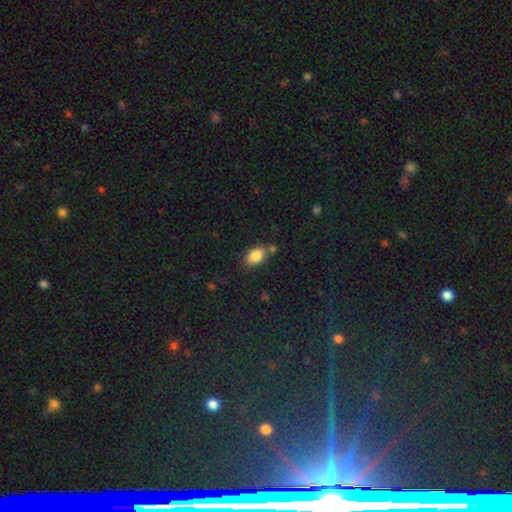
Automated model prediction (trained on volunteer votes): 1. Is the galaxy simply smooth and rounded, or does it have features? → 85% smooth, 9% star or artifact, 6% featured or disk.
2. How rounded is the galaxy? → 86% in between, 12% round, 2% cigar-shaped.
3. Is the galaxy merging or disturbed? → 69% none, 16% minor disturbance, 11% merger, 4% major disturbance.